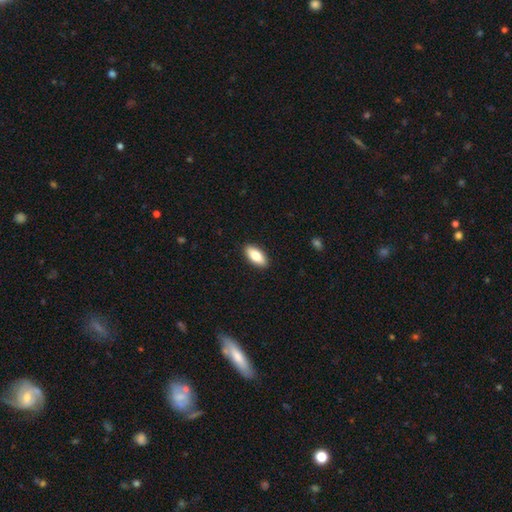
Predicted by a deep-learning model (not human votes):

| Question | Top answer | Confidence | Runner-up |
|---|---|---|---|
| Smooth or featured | smooth | 79% | featured or disk (15%) |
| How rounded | in between | 86% | cigar-shaped (11%) |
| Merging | none | 91% | minor disturbance (7%) |